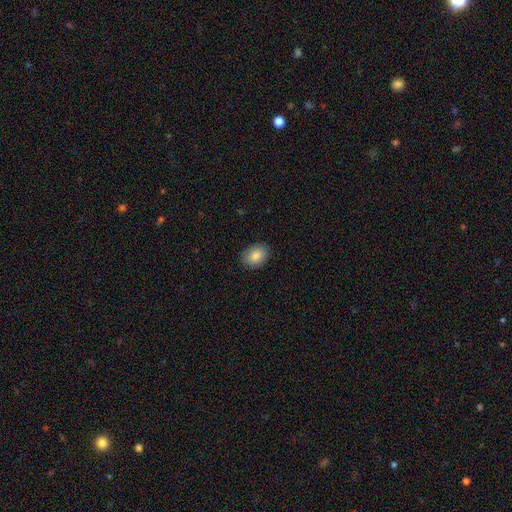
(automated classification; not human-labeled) This appears to be a smooth galaxy with no disk features (86%) that is in between round and cigar-shaped (74%). Merging: none (87%).